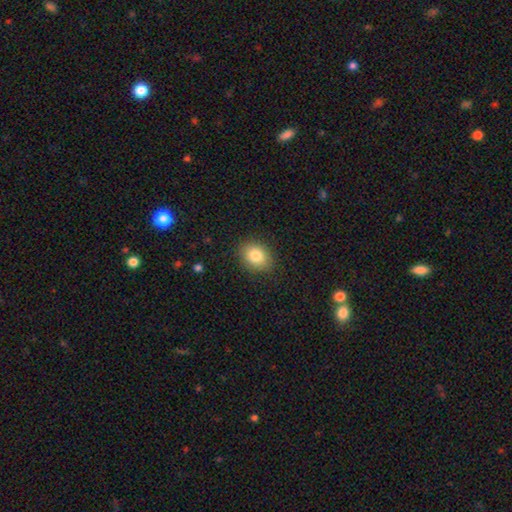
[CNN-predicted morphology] Smooth or featured? smooth (83%)
How rounded? in between (56%)
Merging? none (88%)